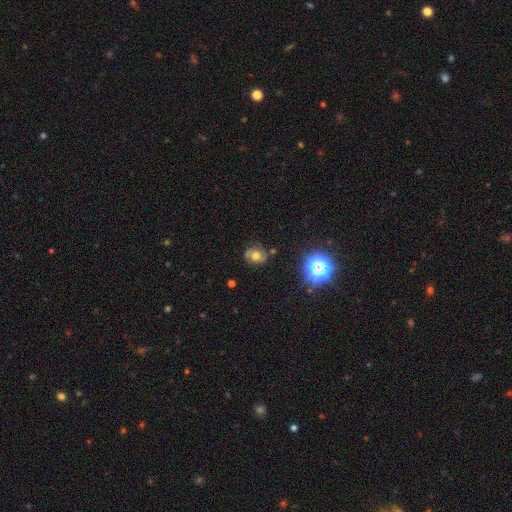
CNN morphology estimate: Overall: smooth (48%; featured or disk 34%). Merging: none (73%).